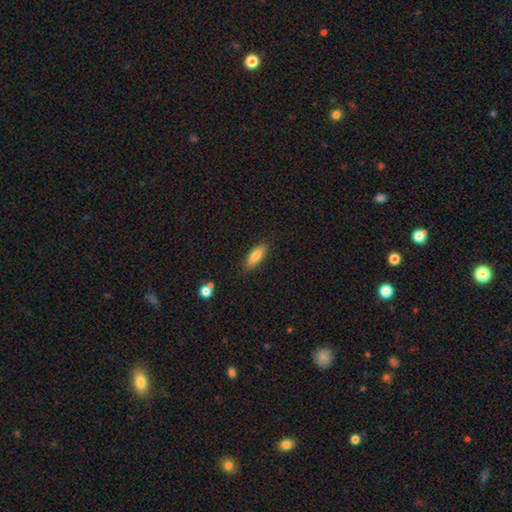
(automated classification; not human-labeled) smooth-or-featured: smooth: 82% | featured or disk: 11% | star or artifact: 7%
  how-rounded: in between: 68% | cigar-shaped: 30% | round: 2%
  merging: none: 85% | minor disturbance: 11% | major disturbance: 2% | merger: 2%